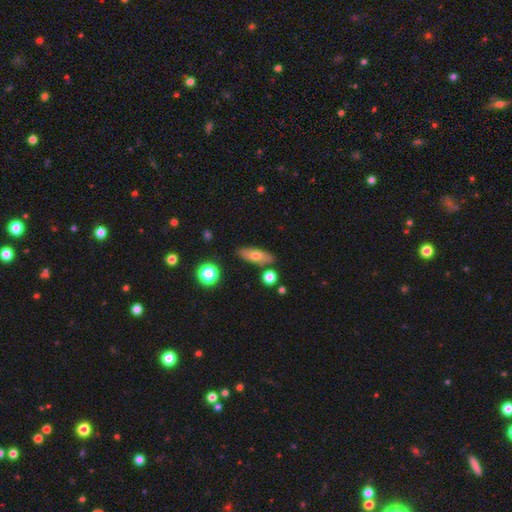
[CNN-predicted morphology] Q: Smooth or featured?
A: smooth (63%); runner-up: featured or disk (29%)
Q: How rounded?
A: in between (63%); runner-up: cigar-shaped (32%)
Q: Merging?
A: none (81%); runner-up: minor disturbance (11%)